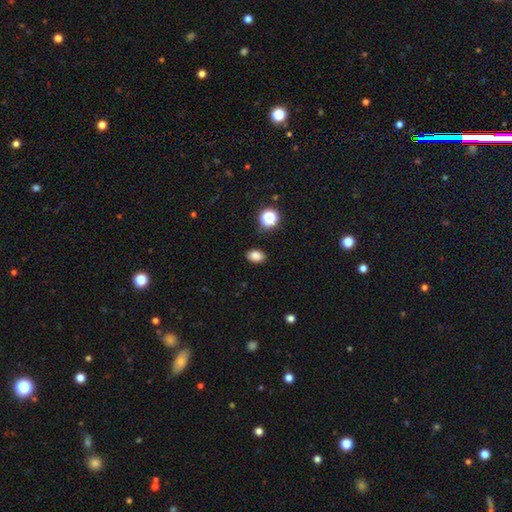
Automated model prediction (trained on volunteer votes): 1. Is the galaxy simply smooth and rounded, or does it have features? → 83% smooth, 13% star or artifact, 4% featured or disk.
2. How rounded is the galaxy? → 79% in between, 20% round, 1% cigar-shaped.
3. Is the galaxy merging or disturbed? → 87% none, 10% minor disturbance, 2% major disturbance, 1% merger.